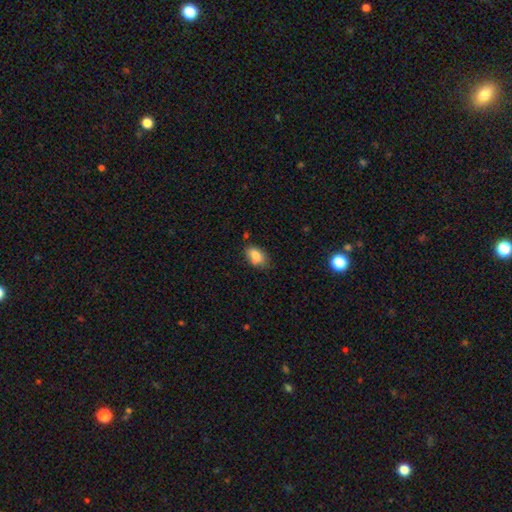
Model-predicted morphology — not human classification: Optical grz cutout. It shows a smooth galaxy with no disk features (81%) that is in between round and cigar-shaped (86%). Merging: none (66%).